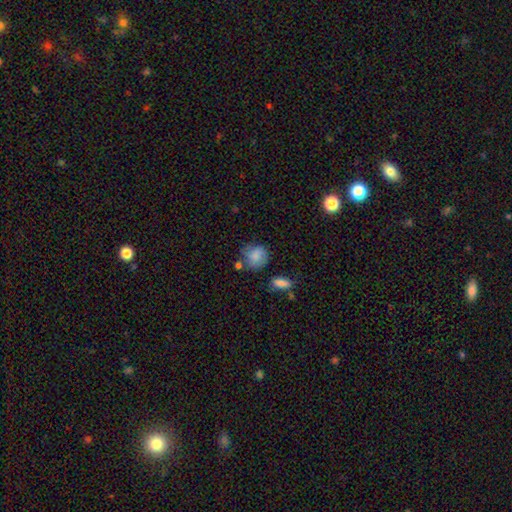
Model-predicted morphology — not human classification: Smooth or featured? smooth (81%)
How rounded? round (76%)
Merging? none (56%)